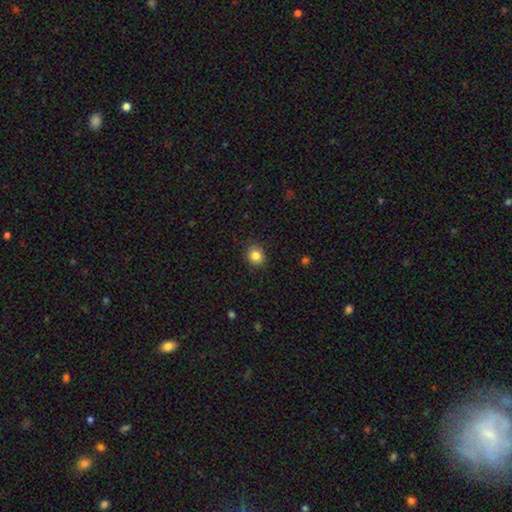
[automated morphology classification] smooth 83%, star or artifact 11%, featured or disk 6%. Down the decision tree: how rounded — round (78%); merging — none (89%).